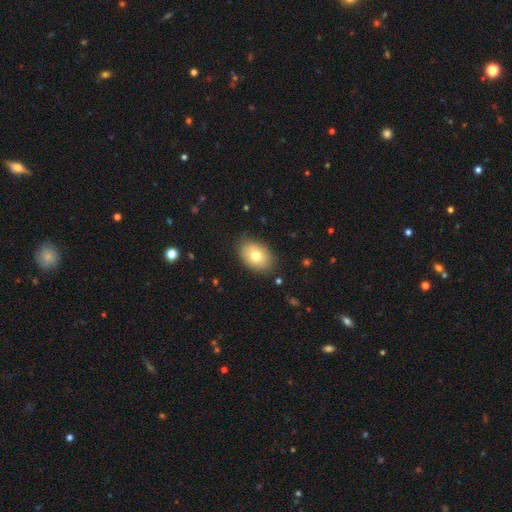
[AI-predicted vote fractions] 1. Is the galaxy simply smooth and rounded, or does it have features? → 75% smooth, 17% featured or disk, 8% star or artifact.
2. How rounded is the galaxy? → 79% in between, 20% round, 1% cigar-shaped.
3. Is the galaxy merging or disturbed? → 85% none, 11% minor disturbance, 3% major disturbance, 1% merger.